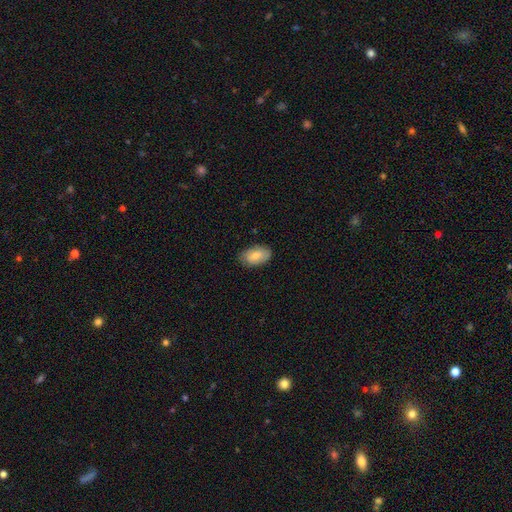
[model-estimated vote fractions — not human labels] smooth 78%, featured or disk 16%, star or artifact 6%. Down the decision tree: how rounded — in between (93%); merging — none (82%).